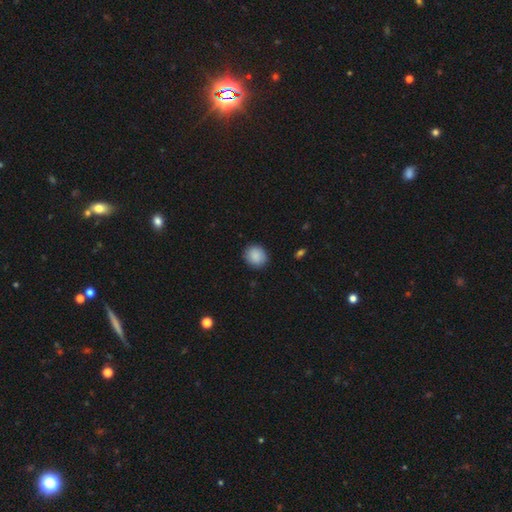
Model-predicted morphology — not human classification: smooth_or_featured: smooth (p=0.89) [alt: star or artifact p=0.08]
how_rounded: round (p=0.80) [alt: in between p=0.19]
merging: none (p=0.88) [alt: minor disturbance p=0.09]